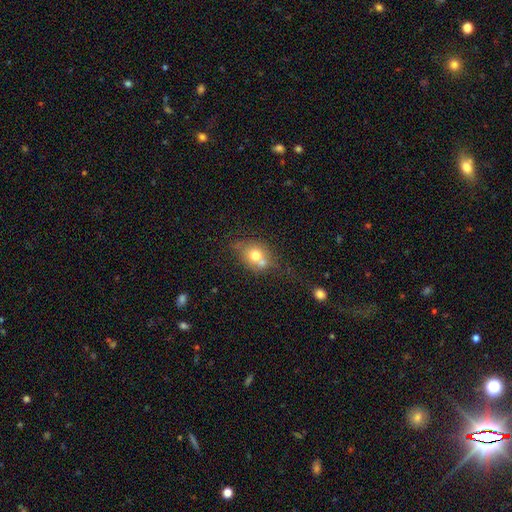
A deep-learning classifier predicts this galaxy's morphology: Overall: smooth (67%). How rounded: round (58%; in between 40%). Merging: none (40%; merger 39%).